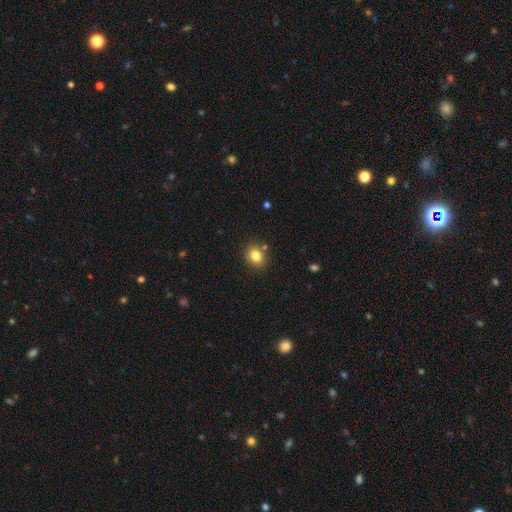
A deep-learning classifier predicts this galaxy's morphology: Q: Smooth or featured?
A: smooth (82%); runner-up: star or artifact (11%)
Q: How rounded?
A: round (56%); runner-up: in between (43%)
Q: Merging?
A: none (83%); runner-up: minor disturbance (11%)